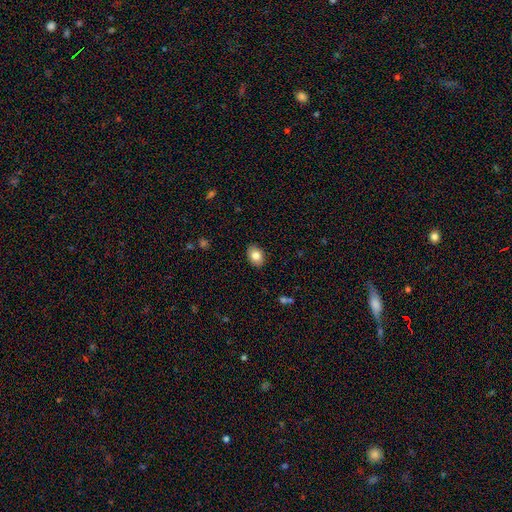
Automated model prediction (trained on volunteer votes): smooth-or-featured: smooth: 81% | featured or disk: 10% | star or artifact: 8%
  how-rounded: in between: 69% | round: 30% | cigar-shaped: 1%
  merging: none: 89% | minor disturbance: 8% | major disturbance: 2% | merger: 1%